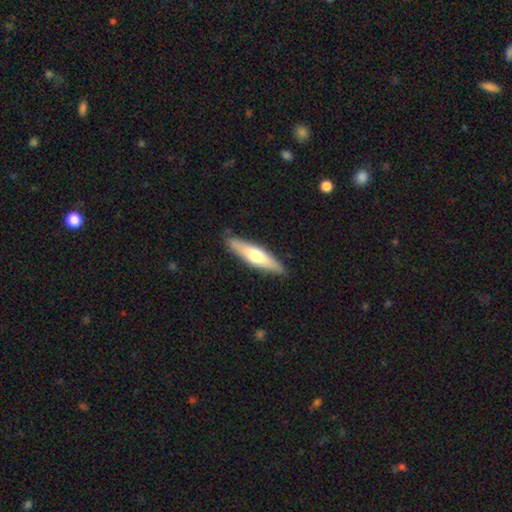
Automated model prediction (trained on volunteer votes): Smooth or featured? smooth (50%)
How rounded? cigar-shaped (74%)
Merging? none (87%)